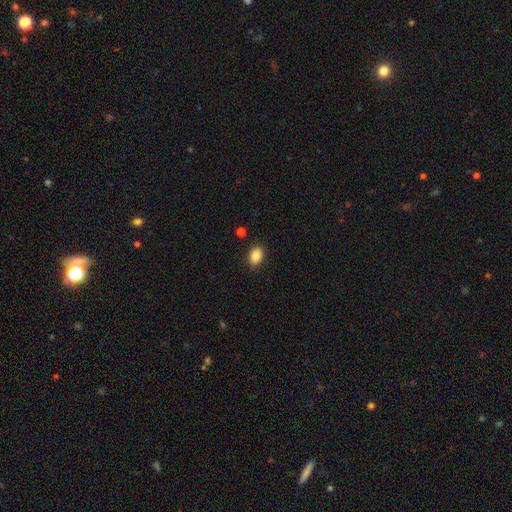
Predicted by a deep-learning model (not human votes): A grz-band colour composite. It shows a smooth galaxy with no disk features (85%) that is in between round and cigar-shaped (80%). Merging: none (87%).